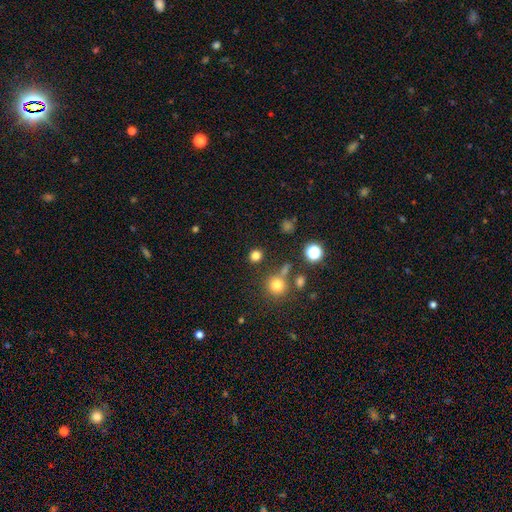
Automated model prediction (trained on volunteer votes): Q: Smooth or featured?
A: smooth (76%); runner-up: star or artifact (18%)
Q: How rounded?
A: round (82%); runner-up: in between (17%)
Q: Merging?
A: none (81%); runner-up: minor disturbance (8%)